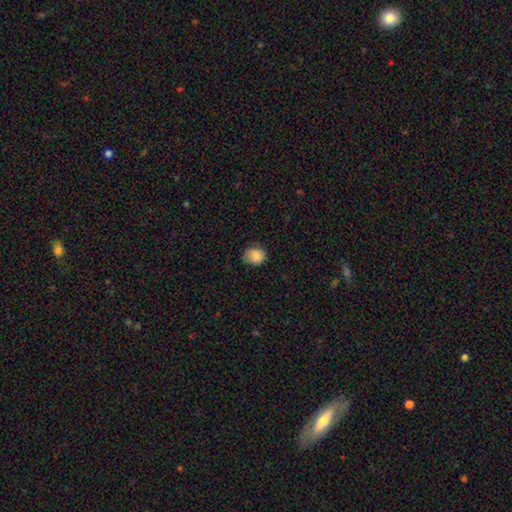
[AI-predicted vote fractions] Smooth or featured?
  - smooth: 87% *
  - star or artifact: 8%
  - featured or disk: 5%
How rounded?
  - round: 73% *
  - in between: 26%
  - cigar-shaped: 1%
Merging?
  - none: 72% *
  - minor disturbance: 23%
  - major disturbance: 4%
  - merger: 1%